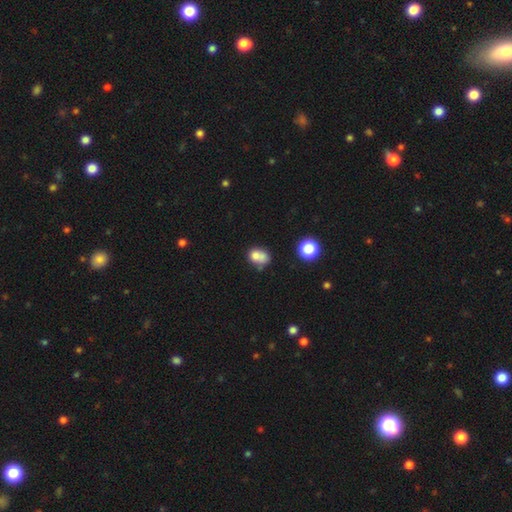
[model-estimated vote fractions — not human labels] Q: Smooth or featured?
A: smooth (72%); runner-up: featured or disk (16%)
Q: How rounded?
A: round (50%); runner-up: in between (49%)
Q: Merging?
A: merger (43%); runner-up: none (33%)